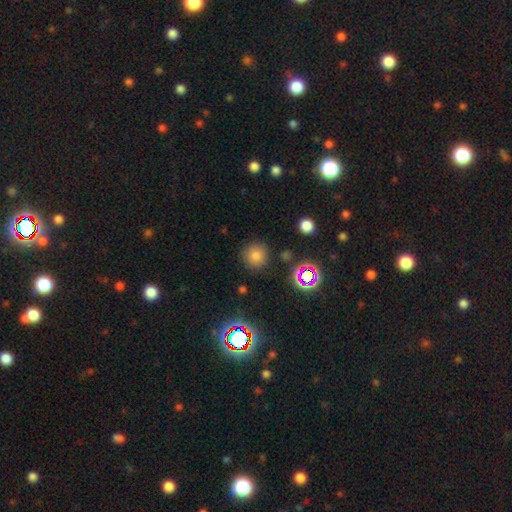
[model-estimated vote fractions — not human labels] smooth 74%, star or artifact 19%, featured or disk 7%. Down the decision tree: how rounded — round (93%); merging — none (86%).